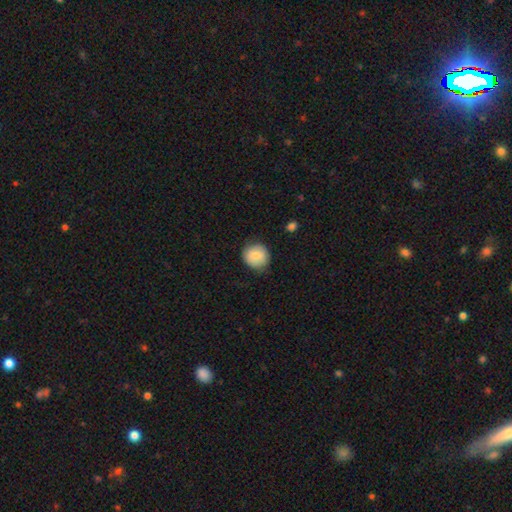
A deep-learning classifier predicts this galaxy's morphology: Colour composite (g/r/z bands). It shows a smooth galaxy with no disk features (84%) that is round (87%). Merging: none (81%).